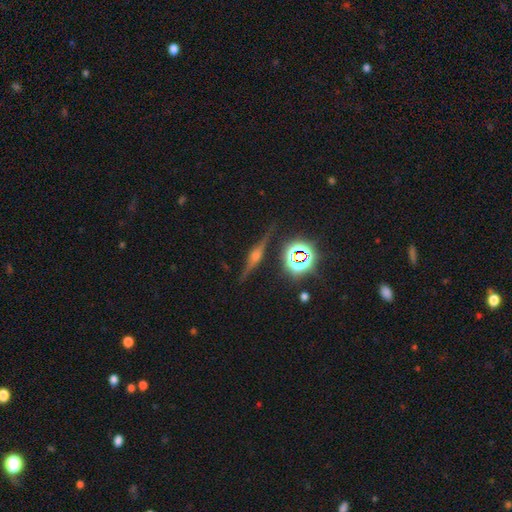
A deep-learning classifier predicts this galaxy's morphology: type=featured or disk (71%); edge-on=yes (96%); edge-on bulge=rounded (87%); merging=none (87%).